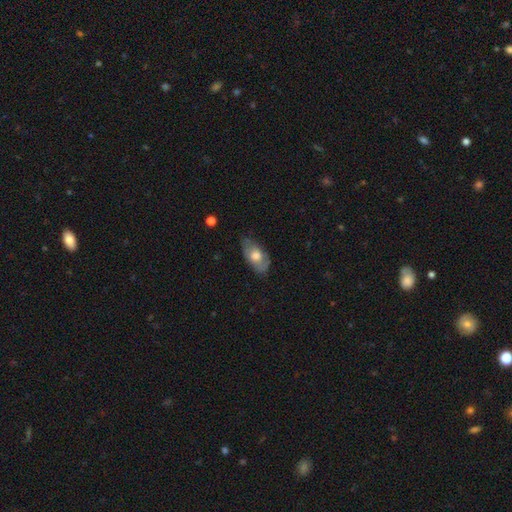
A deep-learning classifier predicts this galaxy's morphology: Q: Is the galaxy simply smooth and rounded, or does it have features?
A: smooth — 54%.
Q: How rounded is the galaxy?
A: in between — 91%.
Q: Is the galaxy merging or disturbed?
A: none — 67%.